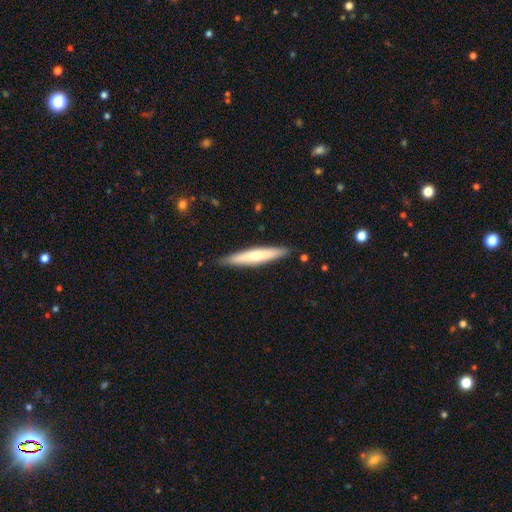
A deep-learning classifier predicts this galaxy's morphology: This is possibly a smooth galaxy (59%). How rounded: clearly cigar-shaped (90%). Merging: clearly none (89%).